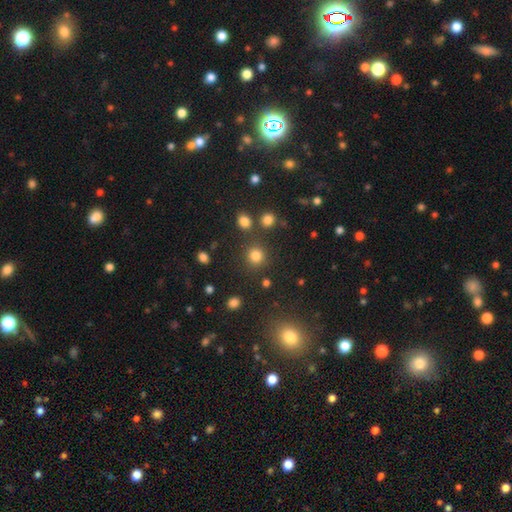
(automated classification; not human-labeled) Smooth or featured? smooth (80%)
How rounded? round (90%)
Merging? none (81%)